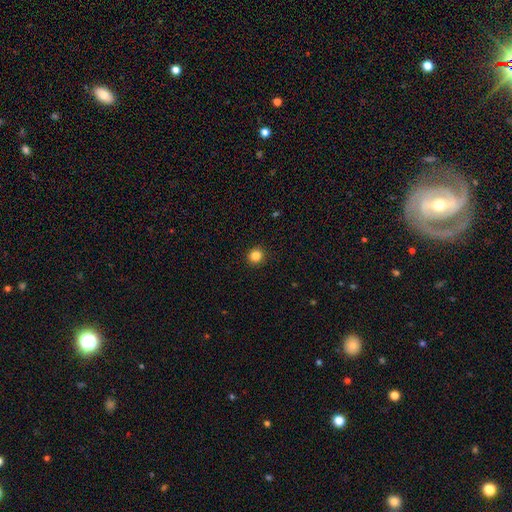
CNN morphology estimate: This appears to be a smooth galaxy with no disk features (83%) that is round (92%). Merging: none (93%).